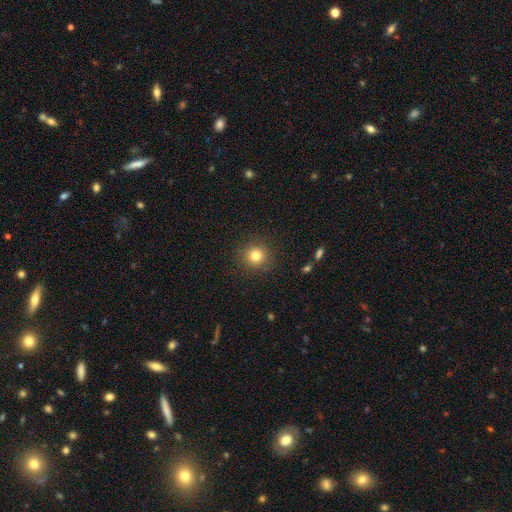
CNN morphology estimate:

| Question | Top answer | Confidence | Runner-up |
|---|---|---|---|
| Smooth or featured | smooth | 80% | star or artifact (13%) |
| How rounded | round | 92% | in between (7%) |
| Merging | none | 89% | minor disturbance (7%) |